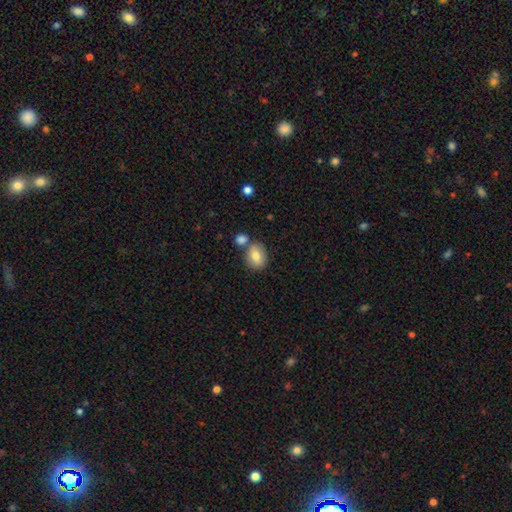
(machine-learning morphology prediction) Smooth or featured? Predicted: smooth (p=0.77). How rounded? Predicted: in between (p=0.52). Merging? Predicted: none (p=0.60).